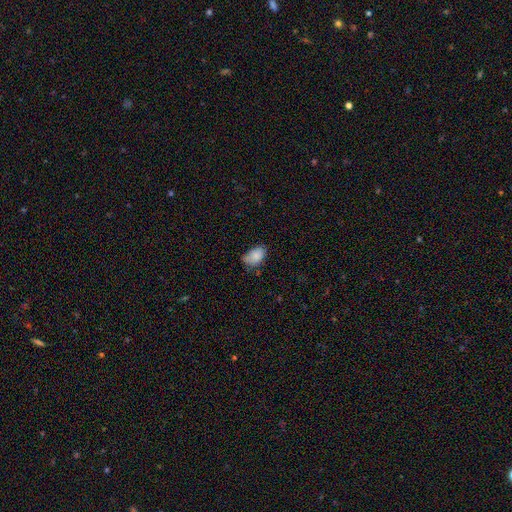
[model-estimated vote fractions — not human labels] Morphology: type=smooth (84%); roundness=in between (91%); merging=none (55%).